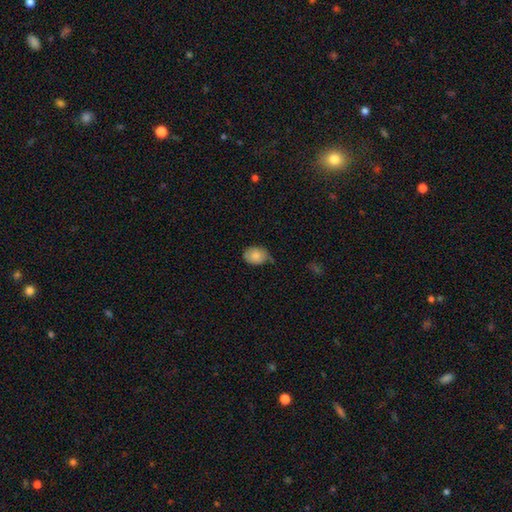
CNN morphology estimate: Overall: smooth (81%). How rounded: in between (66%; round 33%). Merging: none (54%; minor disturbance 37%).